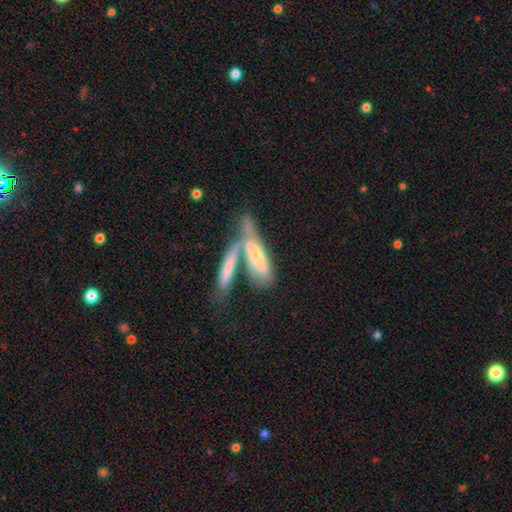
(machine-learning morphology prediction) Smooth or featured? Predicted: smooth (p=0.50). How rounded? Predicted: cigar-shaped (p=0.61). Merging? Predicted: merger (p=0.60).